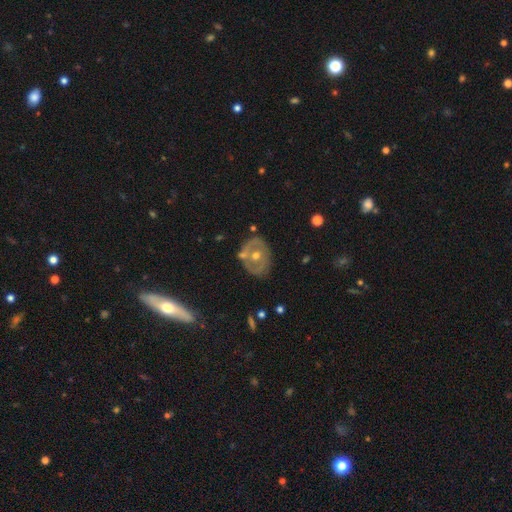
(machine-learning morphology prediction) Smooth or featured?
  - featured or disk: 68% *
  - smooth: 25%
  - star or artifact: 7%
Edge-on disk?
  - no: 94% *
  - yes: 6%
Bar?
  - no: 74% *
  - weak: 18%
  - strong: 8%
Spiral arms?
  - no: 65% *
  - yes: 35%
Bulge size?
  - moderate: 69% *
  - small: 27%
  - large: 2%
  - none: 1%
  - dominant: 1%
Merging?
  - none: 70% *
  - minor disturbance: 17%
  - merger: 7%
  - major disturbance: 6%